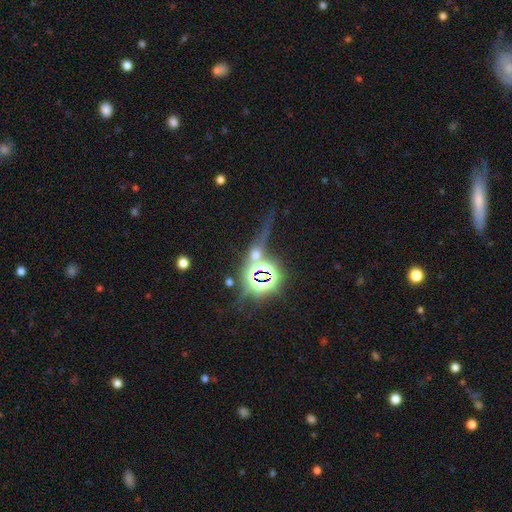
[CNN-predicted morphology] smooth_or_featured: star or artifact (p=0.57) [alt: smooth p=0.24]